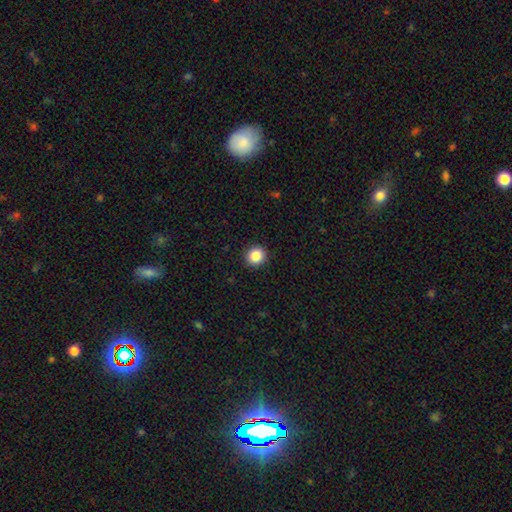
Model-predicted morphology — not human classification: A smooth galaxy with no disk features (87%) that is round (91%). Merging: none (93%).